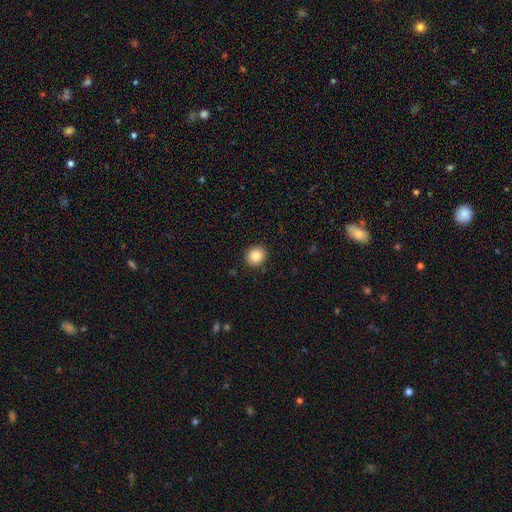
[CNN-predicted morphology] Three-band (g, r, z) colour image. It shows a smooth galaxy with no disk features (86%) that is round (82%). Merging: none (91%).